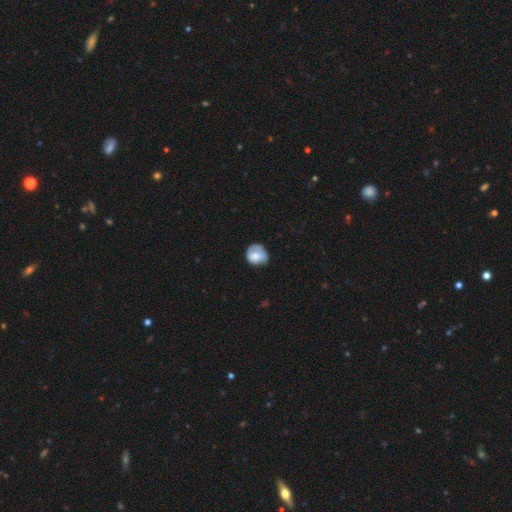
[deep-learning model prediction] The model was most divided on "merging": none: 53%, minor disturbance: 32%, major disturbance: 13%, merger: 2%. More confident: how rounded — round (71%); smooth or featured — smooth (69%).